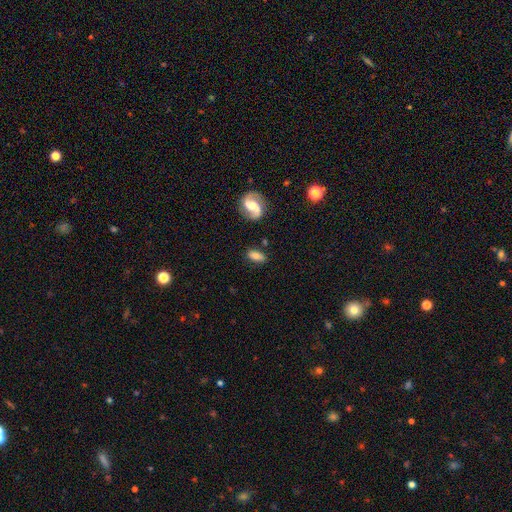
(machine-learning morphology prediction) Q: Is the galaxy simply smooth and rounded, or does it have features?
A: smooth — 65%.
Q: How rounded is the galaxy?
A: in between — 84%.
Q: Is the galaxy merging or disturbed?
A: none — 77%.